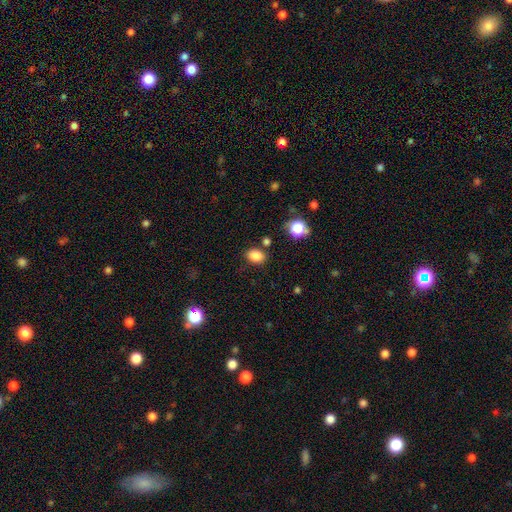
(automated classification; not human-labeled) Smooth or featured?
  - smooth: 84% *
  - star or artifact: 12%
  - featured or disk: 5%
How rounded?
  - in between: 67% *
  - round: 32%
  - cigar-shaped: 1%
Merging?
  - none: 80% *
  - minor disturbance: 11%
  - merger: 5%
  - major disturbance: 3%